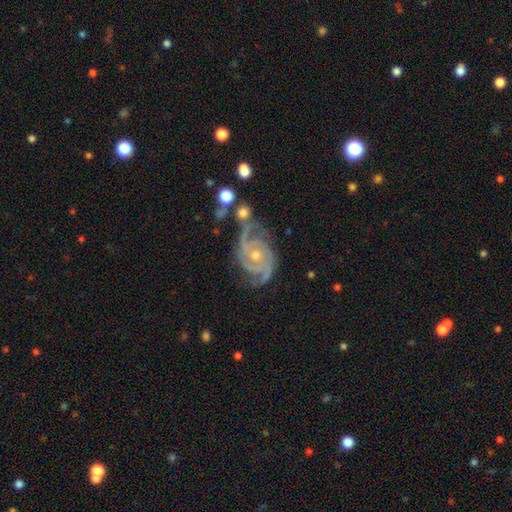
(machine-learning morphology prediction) A featured or disk galaxy (92%) with no bar (67%), 3 (40%) tight (56%) spiral arms (98%) and a small central bulge (55%). Merging: none (60%).